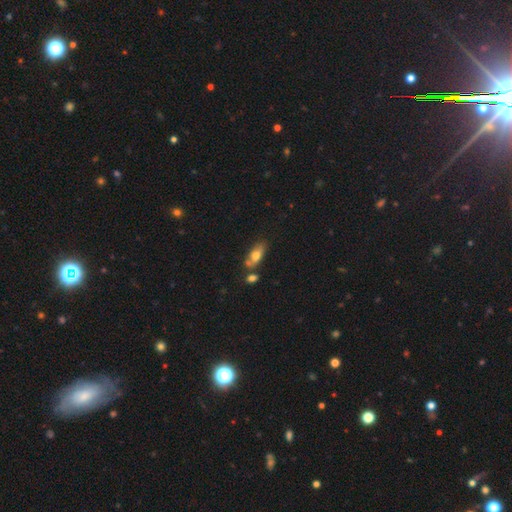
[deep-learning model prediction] Smooth or featured? smooth (68%)
How rounded? in between (82%)
Merging? none (55%)